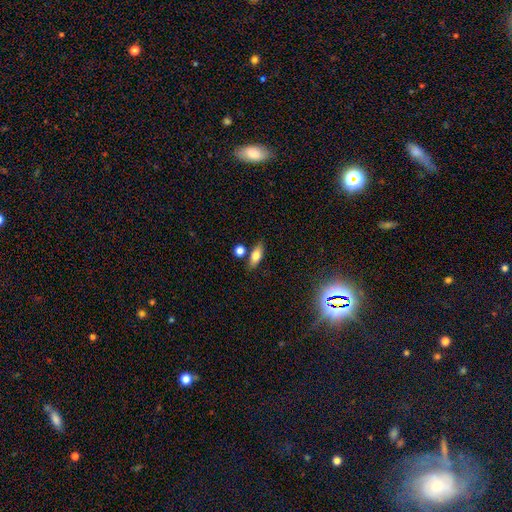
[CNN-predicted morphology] Smooth or featured?
  - smooth: 75% *
  - featured or disk: 16%
  - star or artifact: 9%
How rounded?
  - in between: 76% *
  - cigar-shaped: 17%
  - round: 7%
Merging?
  - none: 73% *
  - minor disturbance: 12%
  - merger: 11%
  - major disturbance: 3%